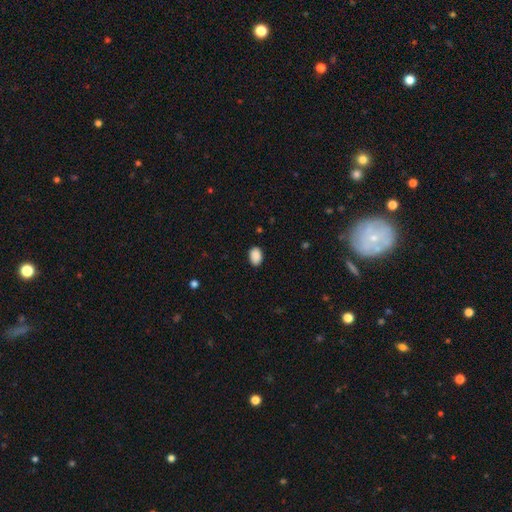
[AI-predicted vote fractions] Morphology: type=smooth (90%); roundness=in between (85%); merging=none (86%).